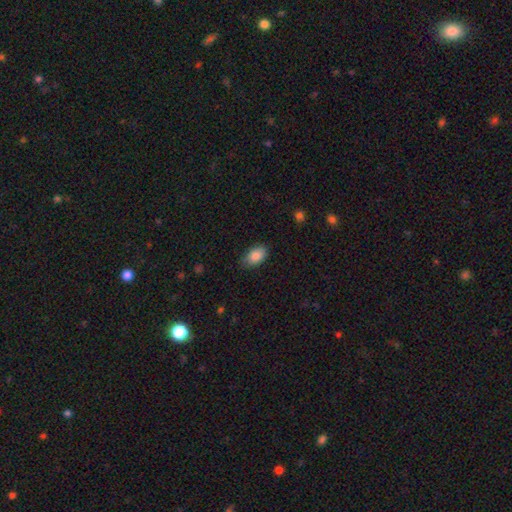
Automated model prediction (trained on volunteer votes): Smooth or featured? Predicted: smooth (p=0.87). How rounded? Predicted: in between (p=0.91). Merging? Predicted: none (p=0.78).